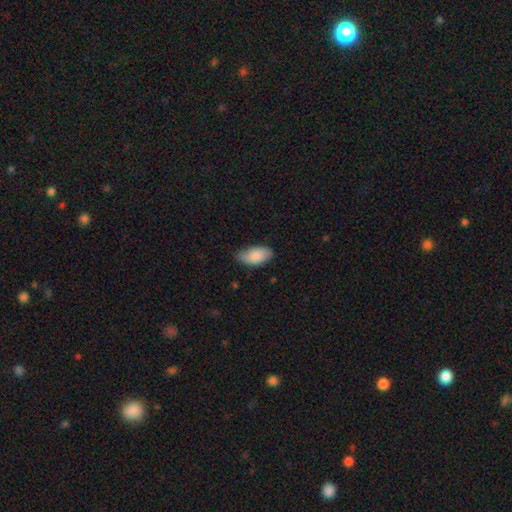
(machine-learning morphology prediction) Smooth or featured?
  - smooth: 85% *
  - featured or disk: 9%
  - star or artifact: 6%
How rounded?
  - in between: 94% *
  - cigar-shaped: 4%
  - round: 2%
Merging?
  - none: 68% *
  - minor disturbance: 27%
  - major disturbance: 4%
  - merger: 1%